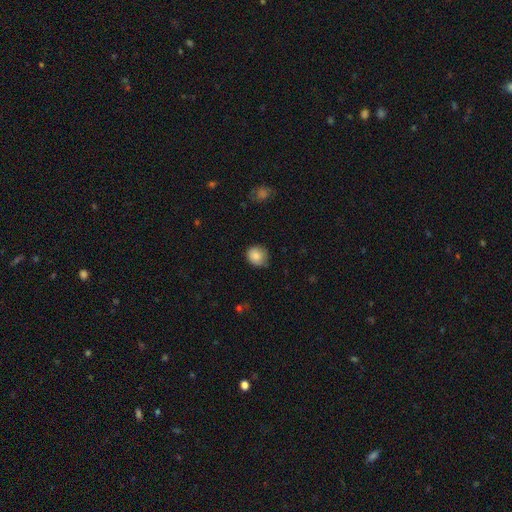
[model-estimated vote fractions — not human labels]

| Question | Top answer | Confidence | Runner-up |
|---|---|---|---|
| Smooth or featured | smooth | 85% | star or artifact (9%) |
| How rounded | round | 80% | in between (19%) |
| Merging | none | 73% | minor disturbance (22%) |